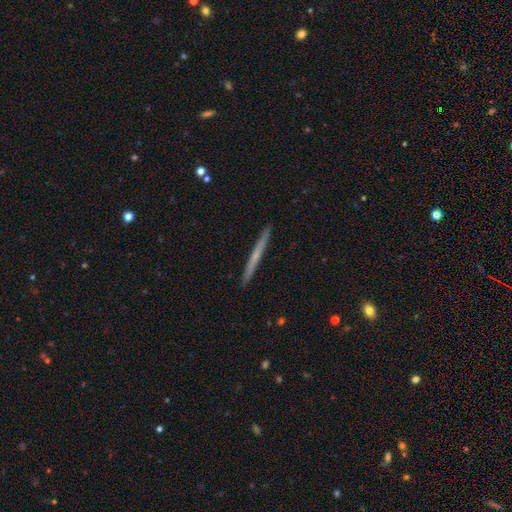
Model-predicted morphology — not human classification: Smooth or featured?
  - featured or disk: 55% *
  - smooth: 39%
  - star or artifact: 6%
Edge-on disk?
  - yes: 98% *
  - no: 2%
Edge-on bulge?
  - none: 71% *
  - rounded: 24%
  - boxy: 4%
Merging?
  - none: 93% *
  - minor disturbance: 5%
  - major disturbance: 1%
  - merger: 1%